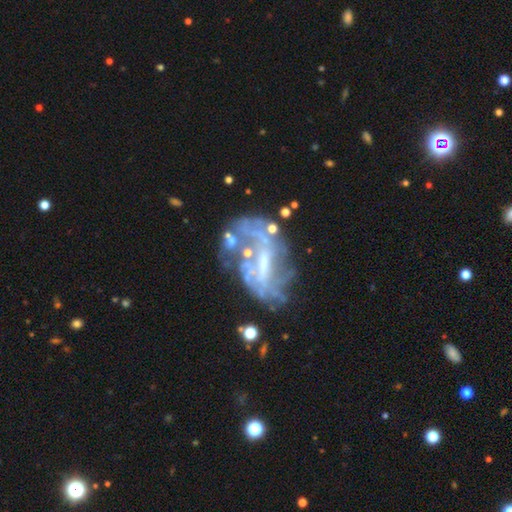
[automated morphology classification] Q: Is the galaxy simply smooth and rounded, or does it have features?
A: featured or disk — 75%.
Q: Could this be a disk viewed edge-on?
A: no — 94%.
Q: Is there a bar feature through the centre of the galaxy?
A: weak — 41%.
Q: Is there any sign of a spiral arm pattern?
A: yes — 66%.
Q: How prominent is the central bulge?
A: small — 48%.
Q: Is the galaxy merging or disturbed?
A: none — 45%.